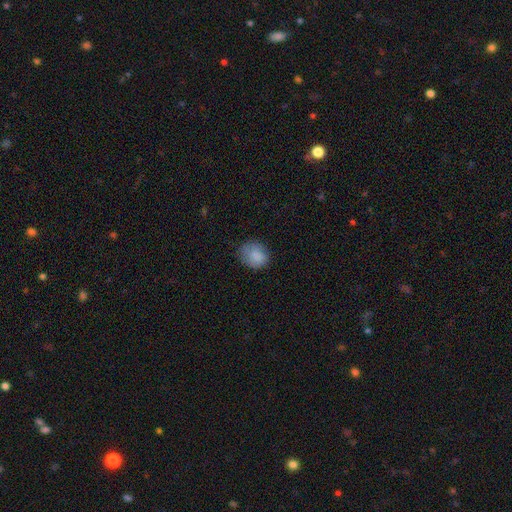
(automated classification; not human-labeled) A smooth galaxy with no disk features (84%) that is round (59%).

Vote fractions:
- Smooth or featured? smooth: 84% / star or artifact: 8% / featured or disk: 7%
- How rounded? round: 59% / in between: 40% / cigar-shaped: 1%
- Merging? none: 66% / minor disturbance: 25% / major disturbance: 8% / merger: 1%